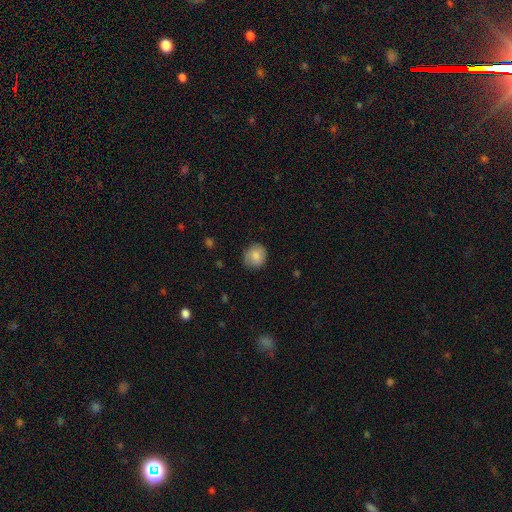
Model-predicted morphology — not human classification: This appears to be a smooth galaxy with no disk features (82%) that is round (81%). Merging: none (80%).